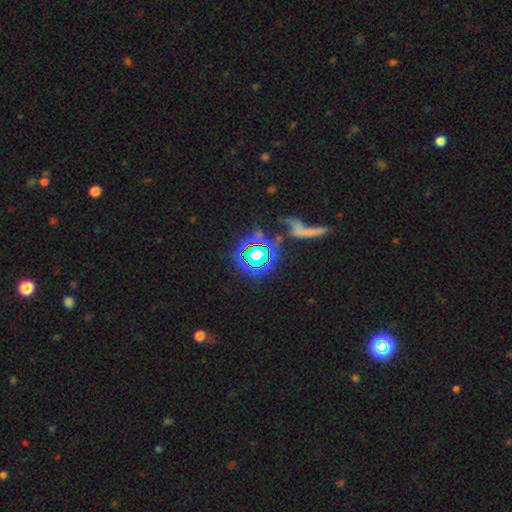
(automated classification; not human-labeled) This is likely a star or artifact rather than a galaxy (65%).